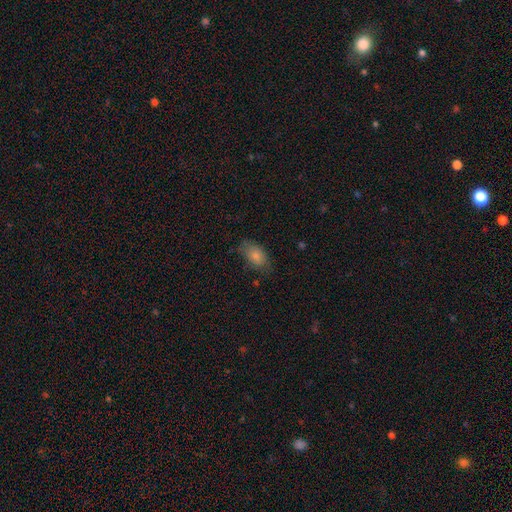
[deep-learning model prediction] smooth-or-featured: smooth: 82% | featured or disk: 10% | star or artifact: 8%
  how-rounded: in between: 91% | round: 7% | cigar-shaped: 2%
  merging: none: 67% | minor disturbance: 25% | major disturbance: 7% | merger: 2%